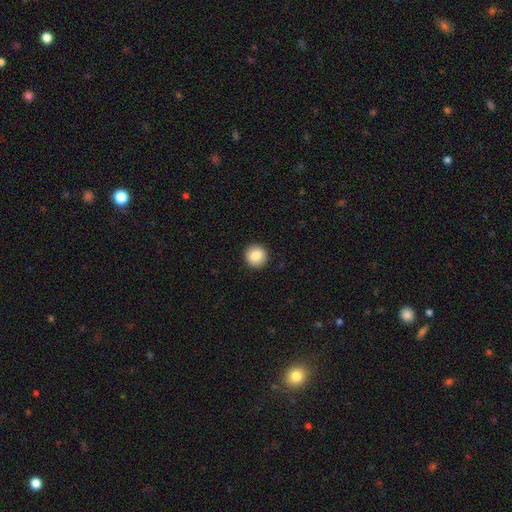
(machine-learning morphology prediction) Smooth or featured? smooth (88%)
How rounded? round (94%)
Merging? none (92%)